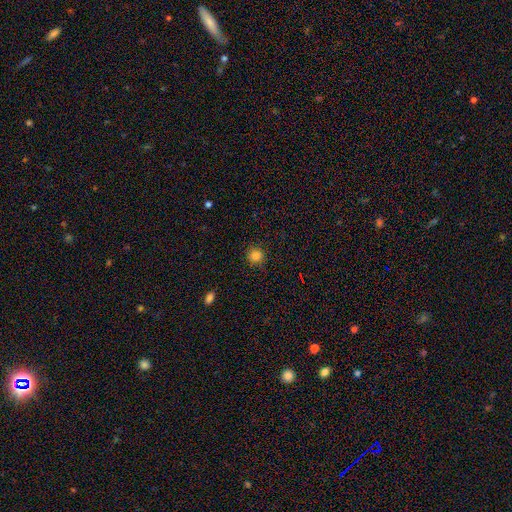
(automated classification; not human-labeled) This is clearly a smooth galaxy (82%). How rounded: clearly round (92%). Merging: clearly none (88%).